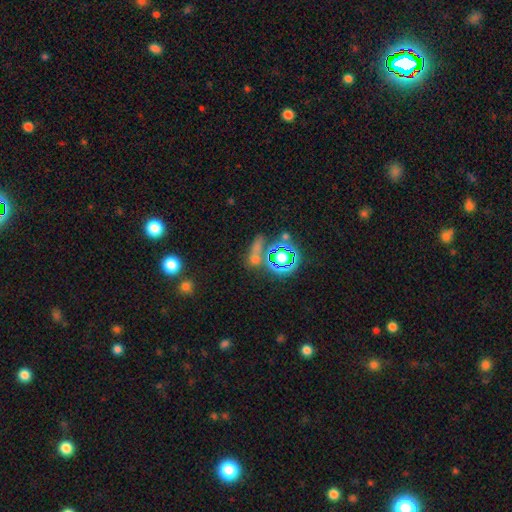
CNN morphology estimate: This is marginally a smooth galaxy (45%). Merging: possibly none (56%).